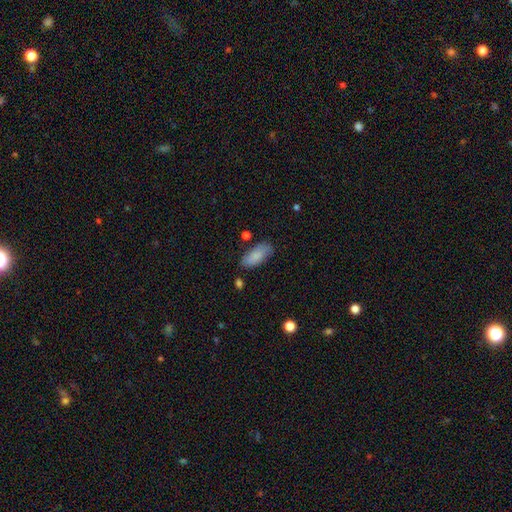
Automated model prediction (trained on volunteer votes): smooth-or-featured: smooth: 86% | featured or disk: 8% | star or artifact: 6%
  how-rounded: in between: 83% | cigar-shaped: 15% | round: 2%
  merging: none: 76% | minor disturbance: 17% | major disturbance: 4% | merger: 3%